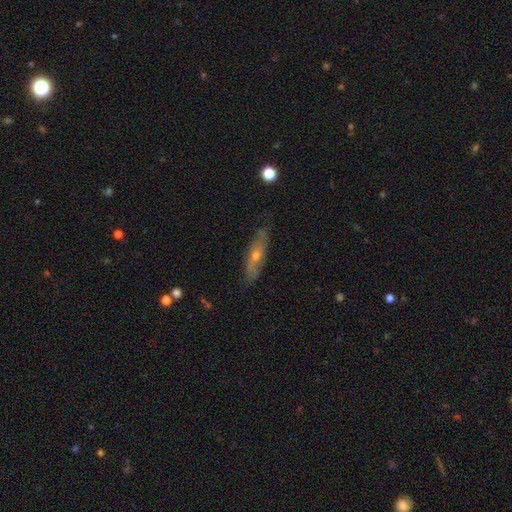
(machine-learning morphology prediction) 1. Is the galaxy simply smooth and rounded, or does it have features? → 53% featured or disk, 40% smooth, 7% star or artifact.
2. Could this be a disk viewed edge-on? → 58% yes, 42% no.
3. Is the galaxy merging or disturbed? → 80% none, 16% minor disturbance, 3% major disturbance, 1% merger.